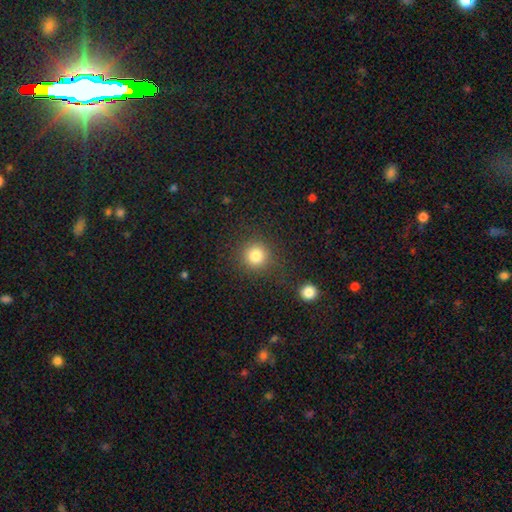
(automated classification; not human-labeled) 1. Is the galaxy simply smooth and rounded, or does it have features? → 82% smooth, 12% star or artifact, 6% featured or disk.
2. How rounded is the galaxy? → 93% round, 6% in between, 1% cigar-shaped.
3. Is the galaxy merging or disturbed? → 85% none, 8% minor disturbance, 4% major disturbance, 3% merger.